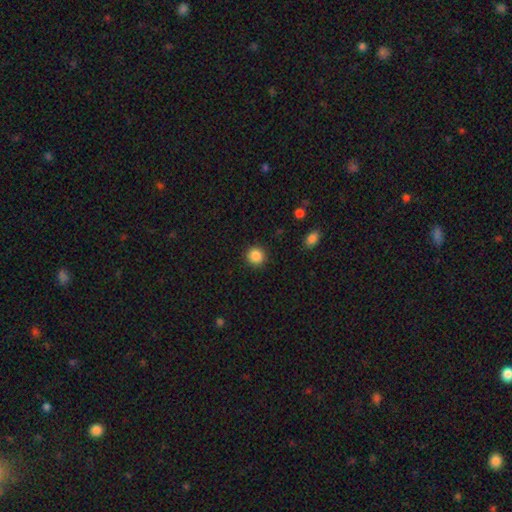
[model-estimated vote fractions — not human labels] Smooth or featured?
  - smooth: 87% *
  - star or artifact: 10%
  - featured or disk: 3%
How rounded?
  - round: 92% *
  - in between: 7%
  - cigar-shaped: 1%
Merging?
  - none: 91% *
  - minor disturbance: 6%
  - major disturbance: 2%
  - merger: 1%